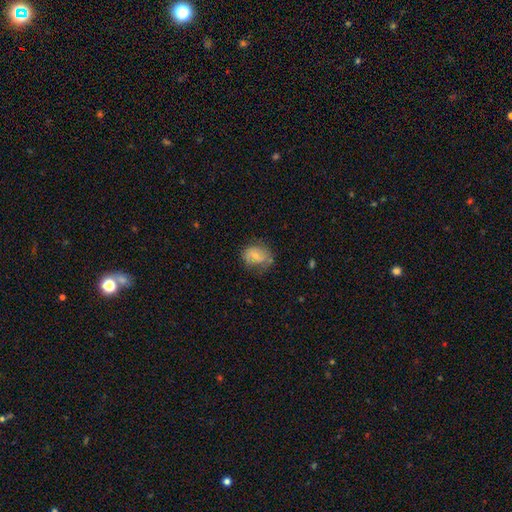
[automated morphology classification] Smooth or featured?
  - smooth: 62% *
  - featured or disk: 30%
  - star or artifact: 8%
How rounded?
  - in between: 52% *
  - round: 47%
  - cigar-shaped: 1%
Merging?
  - none: 58% *
  - minor disturbance: 28%
  - major disturbance: 11%
  - merger: 3%